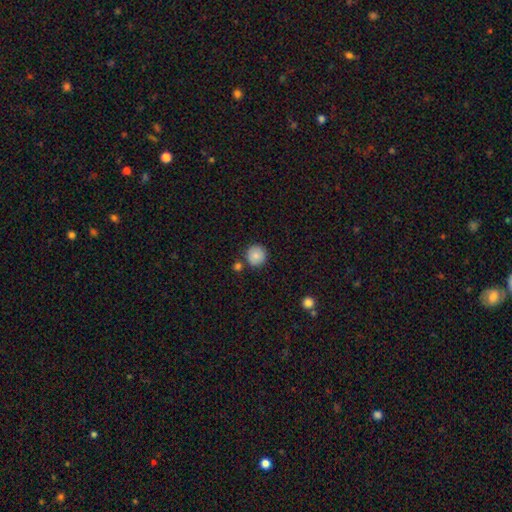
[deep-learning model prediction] Morphology: type=smooth (84%); roundness=round (94%); merging=none (81%).